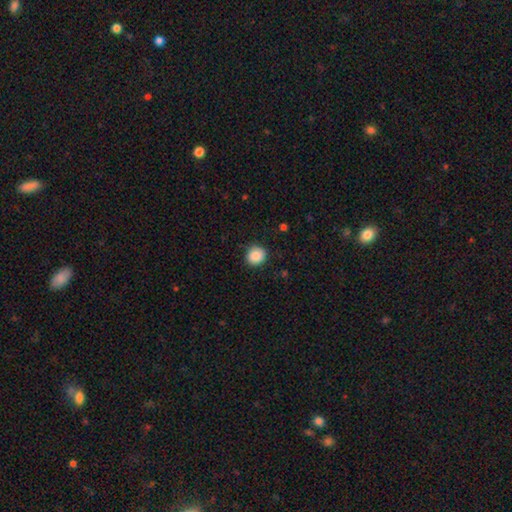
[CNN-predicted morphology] smooth 87%, star or artifact 9%, featured or disk 4%. Down the decision tree: how rounded — round (88%); merging — none (85%).